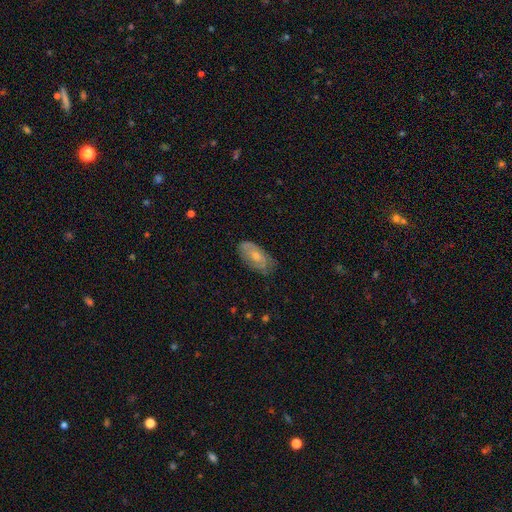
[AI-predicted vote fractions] Smooth or featured? Predicted: smooth (p=0.49). Merging? Predicted: none (p=0.69).